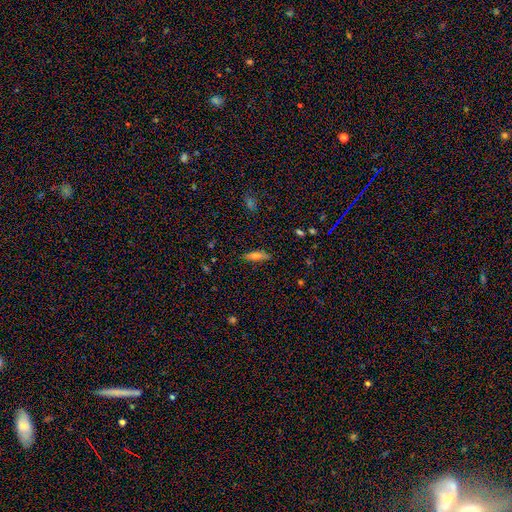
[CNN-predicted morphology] Overall: smooth (64%; featured or disk 26%). How rounded: cigar-shaped (53%; in between 44%). Merging: none (85%).